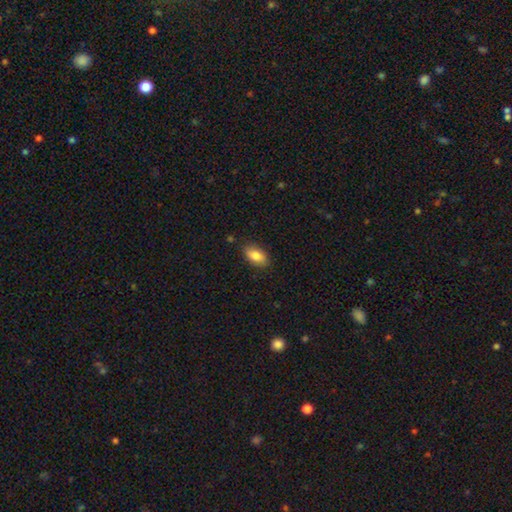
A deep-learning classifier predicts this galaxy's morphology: smooth_or_featured: smooth (p=0.84) [alt: featured or disk p=0.09]
how_rounded: in between (p=0.91) [alt: cigar-shaped p=0.05]
merging: none (p=0.85) [alt: minor disturbance p=0.11]